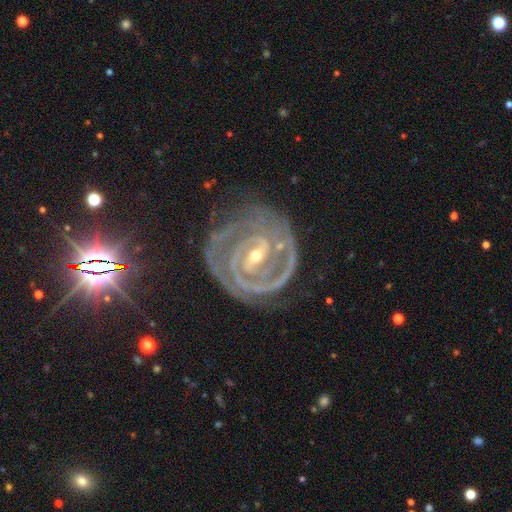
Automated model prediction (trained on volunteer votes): A featured or disk galaxy (89%) with a strong bar (52%), 2 (46%) tight (77%) spiral arms (97%) and a small central bulge (65%).

Vote fractions:
- Smooth or featured? featured or disk: 89% / star or artifact: 7% / smooth: 4%
- Edge-on disk? no: 96% / yes: 4%
- Bar? strong: 52% / weak: 34% / no: 14%
- Spiral arms? yes: 97% / no: 3%
- Spiral winding? tight: 77% / medium: 20% / loose: 3%
- Spiral arm count? 2: 46% / 3: 18% / can't tell: 18% / 4: 7% / 1: 6% / more than 4: 5%
- Bulge size? small: 65% / moderate: 32% / large: 1% / none: 1% / dominant: 1%
- Merging? none: 72% / minor disturbance: 17% / major disturbance: 9% / merger: 2%